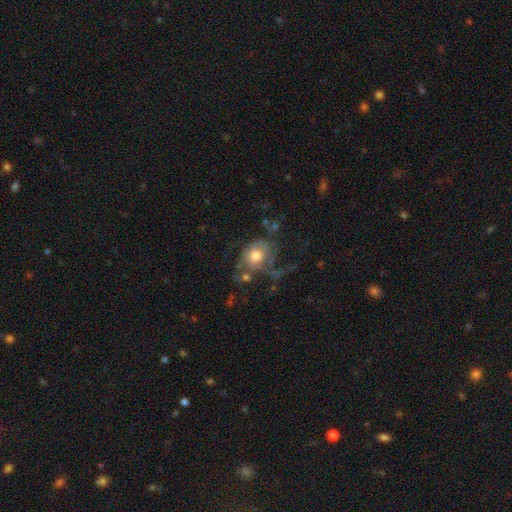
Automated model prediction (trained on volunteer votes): Smooth or featured? featured or disk (53%)
Edge-on disk? no (96%)
Bar? no (84%)
Spiral arms? yes (69%)
Bulge size? moderate (55%)
Merging? major disturbance (40%)